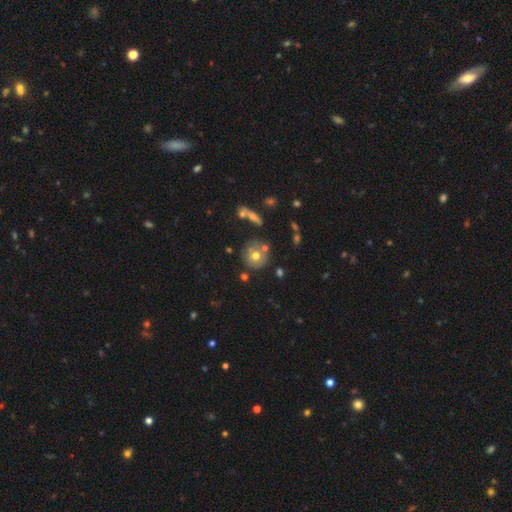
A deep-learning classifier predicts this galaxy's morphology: This is likely a smooth galaxy (63%). How rounded: clearly round (91%). Merging: likely none (70%).